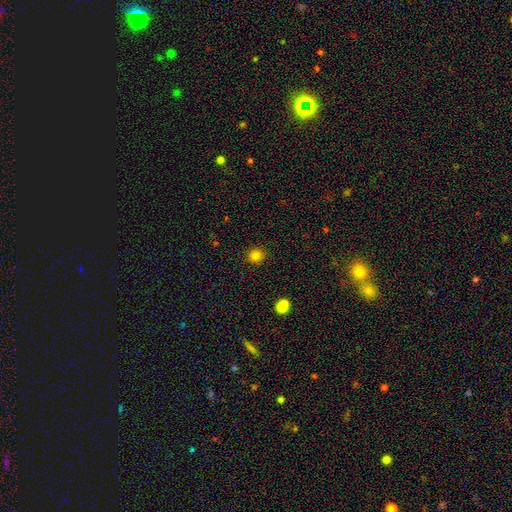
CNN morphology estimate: smooth-or-featured: smooth: 82% | star or artifact: 13% | featured or disk: 5%
  how-rounded: round: 90% | in between: 9% | cigar-shaped: 1%
  merging: none: 91% | minor disturbance: 6% | major disturbance: 2% | merger: 1%